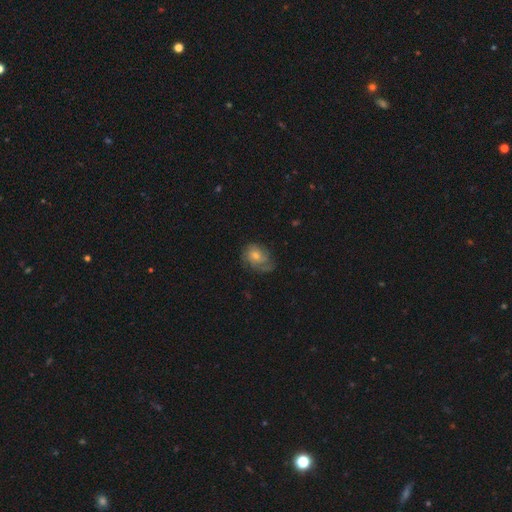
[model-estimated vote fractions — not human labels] This is possibly a featured or disk galaxy (59%). It is clearly not viewed edge-on (96%). Bar: likely no (76%). Spiral arm pattern: clearly yes (86%). Central bulge: possibly moderate (55%). Merging: likely none (63%).